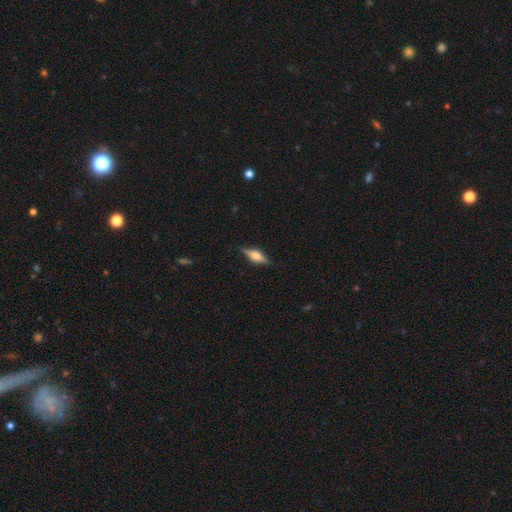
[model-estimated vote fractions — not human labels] smooth-or-featured: featured or disk: 67% | smooth: 26% | star or artifact: 7%
  disk-edge-on: yes: 96% | no: 4%
    edge-on-bulge: rounded: 88% | boxy: 10% | none: 2%
  merging: none: 86% | minor disturbance: 10% | major disturbance: 2% | merger: 1%